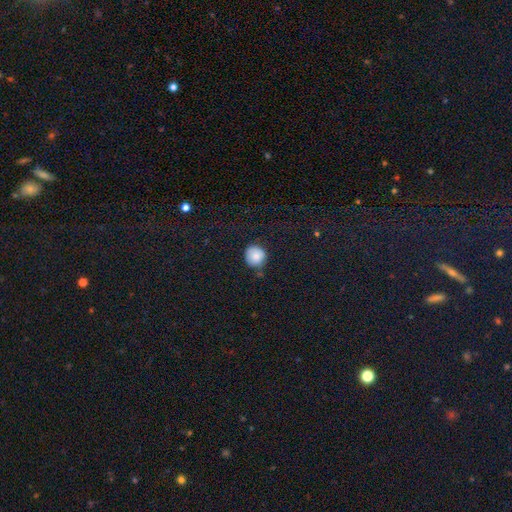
Smooth or featured? smooth (82%)
How rounded? round (97%)
Merging? none (64%)